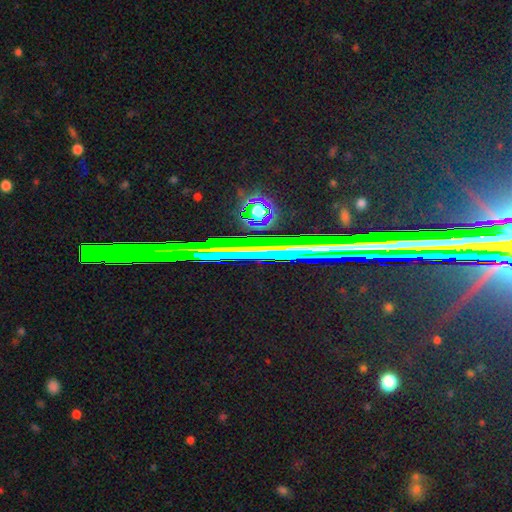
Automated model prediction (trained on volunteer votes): Smooth or featured: star or artifact — 73% (smooth — 14%)